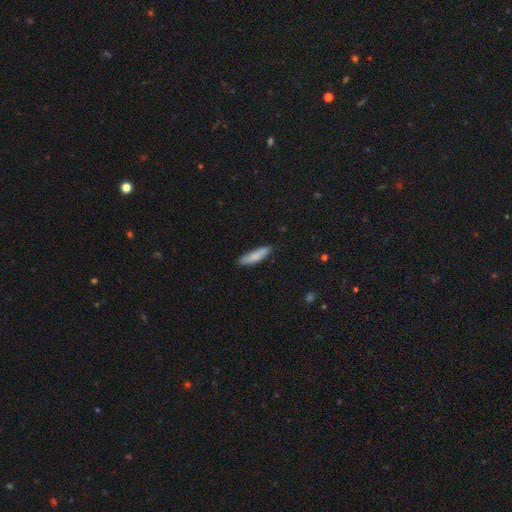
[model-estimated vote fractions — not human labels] smooth_or_featured: smooth (p=0.83) [alt: featured or disk p=0.12]
how_rounded: cigar-shaped (p=0.69) [alt: in between p=0.29]
merging: none (p=0.84) [alt: minor disturbance p=0.13]